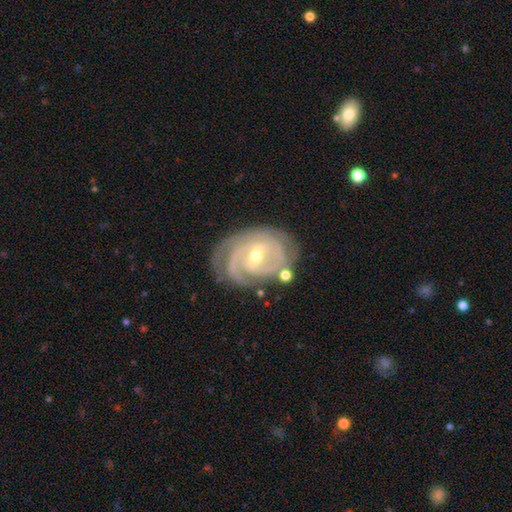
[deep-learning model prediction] Overall: featured or disk (90%). Edge-on disk: no (97%). Bar: weak (52%; strong 30%). Spiral arms: yes (97%). Spiral arm count: 3 (36%; 2 24%). Spiral winding: tight (69%). Bulge size: small (50%; moderate 47%). Merging: none (70%).